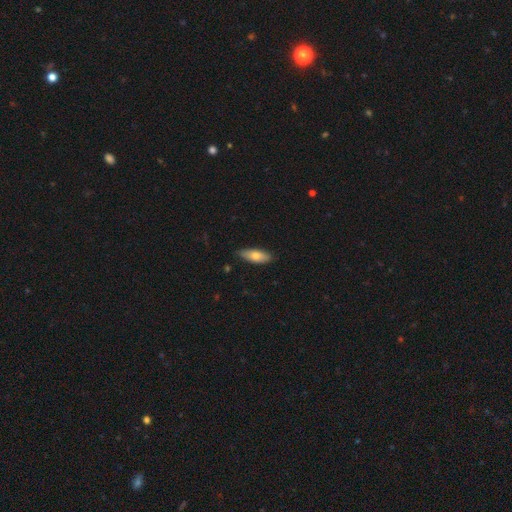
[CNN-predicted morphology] smooth-or-featured: smooth: 74% | featured or disk: 20% | star or artifact: 6%
  how-rounded: in between: 71% | cigar-shaped: 27% | round: 2%
  merging: none: 82% | minor disturbance: 15% | major disturbance: 2% | merger: 1%